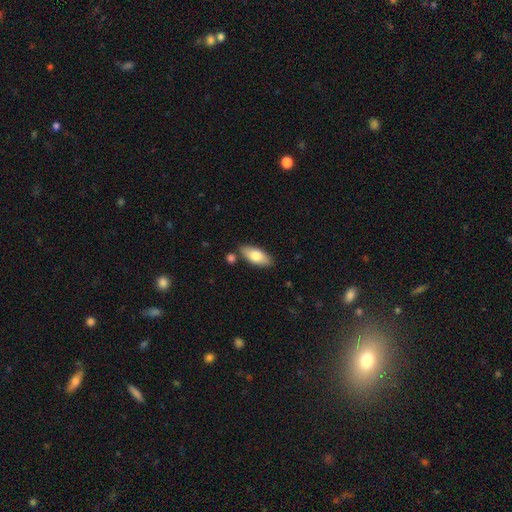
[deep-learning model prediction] This appears to be a smooth galaxy with no disk features (77%) that is in between round and cigar-shaped (85%). Merging: none (79%).